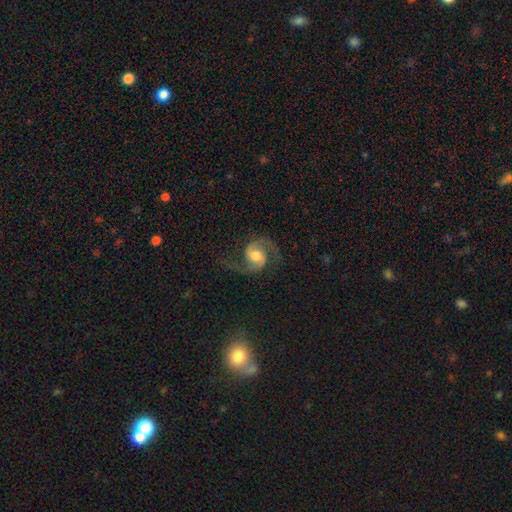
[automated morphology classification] Smooth or featured: featured or disk — 88% (smooth — 7%)
Edge-on disk: no — 98% (yes — 2%)
Bar: no — 57% (weak — 35%)
Spiral arms: yes — 98% (no — 2%)
Spiral winding: medium — 52% (loose — 36%)
Spiral arm count: 2 — 94% (can't tell — 2%)
Bulge size: moderate — 61% (large — 23%)
Merging: none — 74% (minor disturbance — 15%)